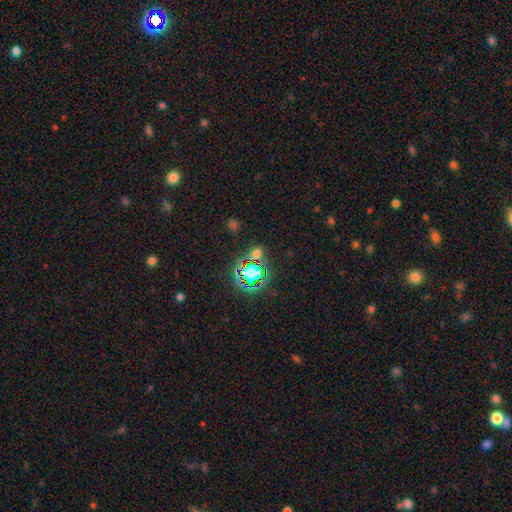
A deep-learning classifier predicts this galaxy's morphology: type=star or artifact (71%).